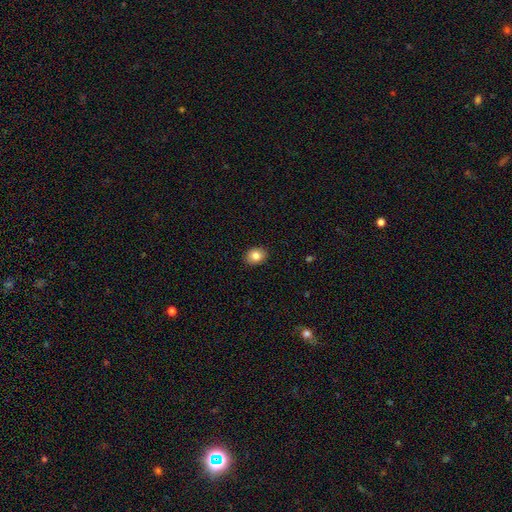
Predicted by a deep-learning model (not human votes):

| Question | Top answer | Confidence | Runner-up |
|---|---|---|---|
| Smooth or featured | smooth | 83% | star or artifact (9%) |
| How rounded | in between | 57% | round (42%) |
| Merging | none | 90% | minor disturbance (7%) |